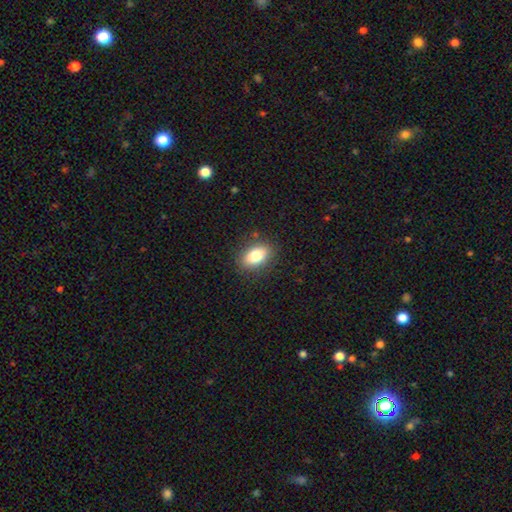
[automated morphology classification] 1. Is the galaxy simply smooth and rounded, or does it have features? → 81% smooth, 11% featured or disk, 9% star or artifact.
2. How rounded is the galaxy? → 86% in between, 11% round, 3% cigar-shaped.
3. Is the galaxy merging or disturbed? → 86% none, 10% minor disturbance, 3% major disturbance, 1% merger.